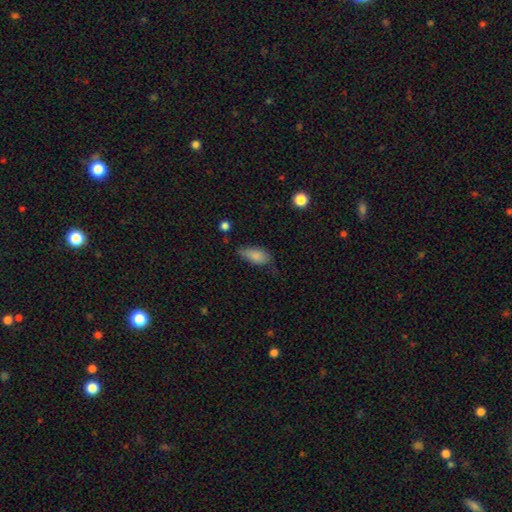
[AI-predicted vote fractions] smooth 82%, featured or disk 10%, star or artifact 8%. Down the decision tree: how rounded — in between (87%); merging — none (49%).